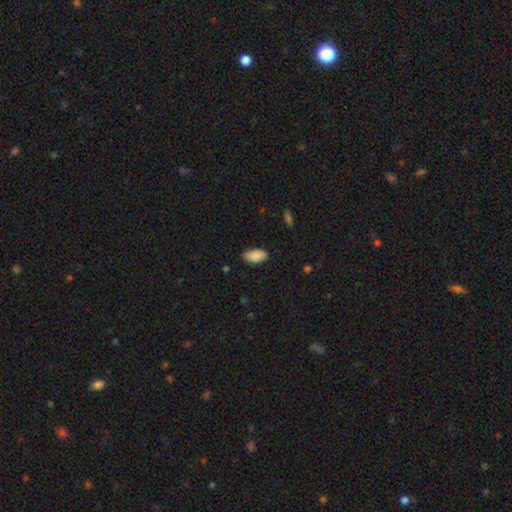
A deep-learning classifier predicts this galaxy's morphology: Q: Smooth or featured?
A: smooth (88%); runner-up: star or artifact (7%)
Q: How rounded?
A: in between (94%); runner-up: cigar-shaped (3%)
Q: Merging?
A: none (79%); runner-up: minor disturbance (17%)